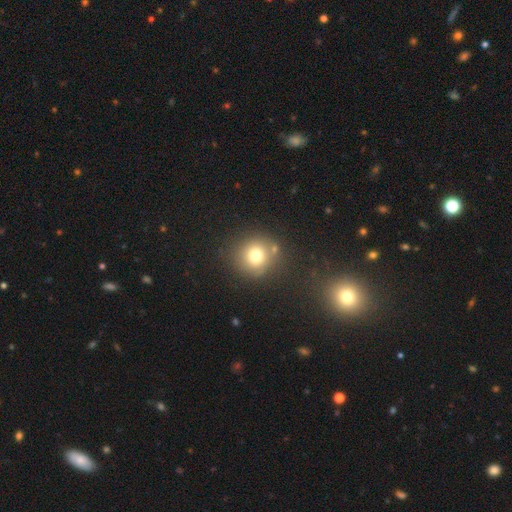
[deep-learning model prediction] Morphology: type=smooth (74%); roundness=round (90%); merging=none (76%).